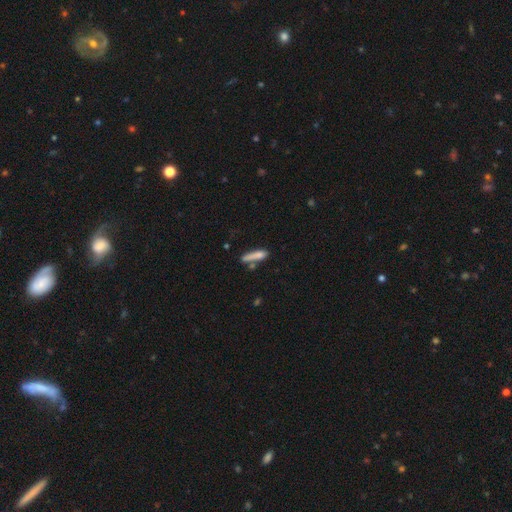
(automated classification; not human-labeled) This appears to be a smooth galaxy with no disk features (76%) that is cigar-shaped (81%). Merging: none (59%).